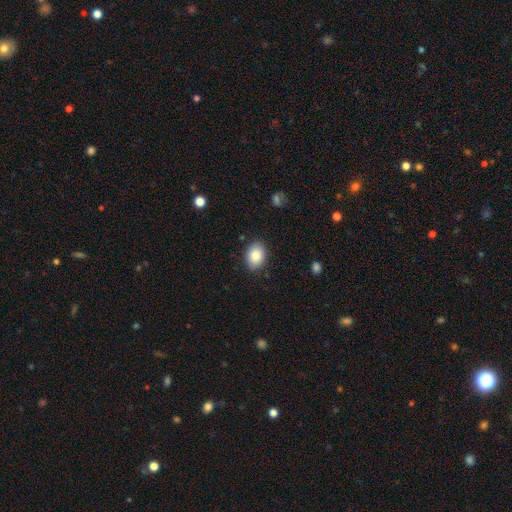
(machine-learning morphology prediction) Q: Smooth or featured?
A: smooth (84%); runner-up: featured or disk (8%)
Q: How rounded?
A: in between (76%); runner-up: round (23%)
Q: Merging?
A: none (86%); runner-up: minor disturbance (10%)